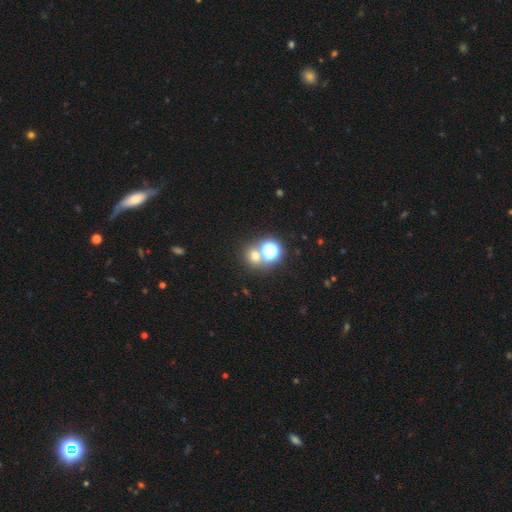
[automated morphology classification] smooth 61%, star or artifact 31%, featured or disk 8%. Down the decision tree: how rounded — round (83%); merging — none (64%).